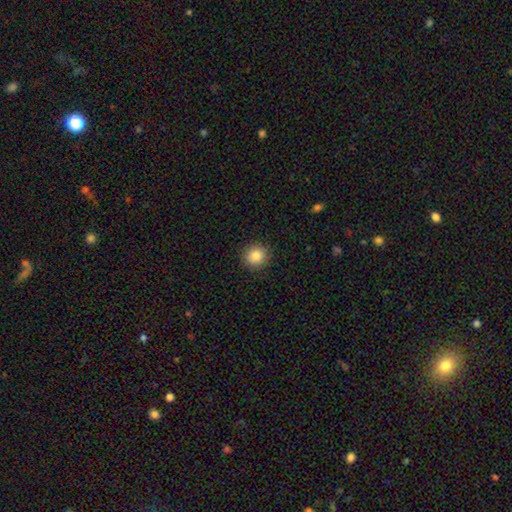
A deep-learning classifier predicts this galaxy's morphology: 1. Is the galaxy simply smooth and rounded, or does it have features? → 85% smooth, 10% star or artifact, 6% featured or disk.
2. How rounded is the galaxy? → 91% round, 8% in between, 1% cigar-shaped.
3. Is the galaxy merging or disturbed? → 91% none, 6% minor disturbance, 2% major disturbance, 1% merger.